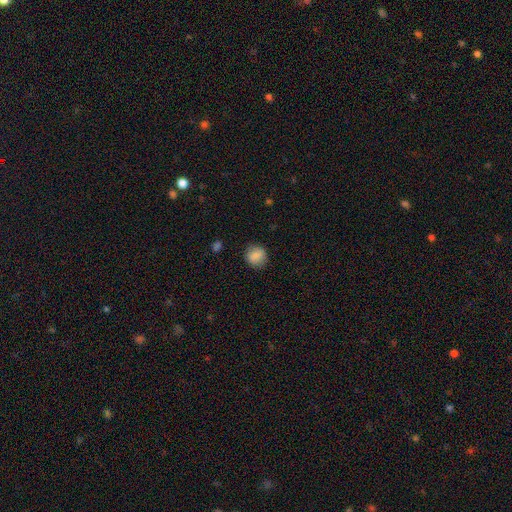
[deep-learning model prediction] Overall: smooth (84%). How rounded: round (85%). Merging: none (86%).